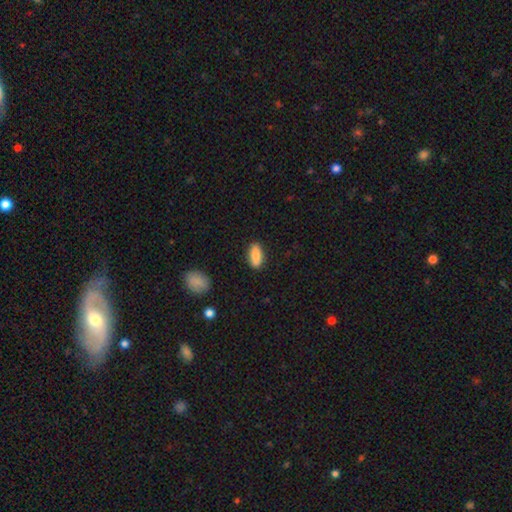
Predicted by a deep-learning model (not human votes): Smooth or featured?
  - smooth: 86% *
  - featured or disk: 7%
  - star or artifact: 7%
How rounded?
  - in between: 77% *
  - cigar-shaped: 21%
  - round: 3%
Merging?
  - none: 86% *
  - minor disturbance: 10%
  - major disturbance: 2%
  - merger: 2%